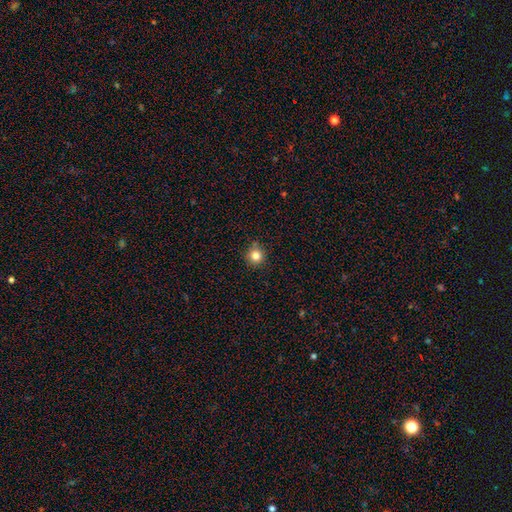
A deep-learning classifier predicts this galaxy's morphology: A smooth galaxy with no disk features (83%) that is round (94%).

Vote fractions:
- Smooth or featured? smooth: 83% / star or artifact: 12% / featured or disk: 5%
- How rounded? round: 94% / in between: 5% / cigar-shaped: 1%
- Merging? none: 84% / minor disturbance: 11% / merger: 3% / major disturbance: 2%